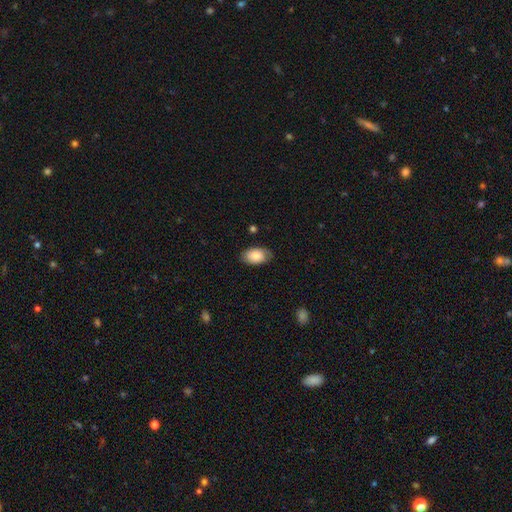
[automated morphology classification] Smooth or featured?
  - smooth: 82% *
  - featured or disk: 12%
  - star or artifact: 7%
How rounded?
  - in between: 92% *
  - round: 6%
  - cigar-shaped: 1%
Merging?
  - none: 79% *
  - minor disturbance: 17%
  - major disturbance: 3%
  - merger: 1%